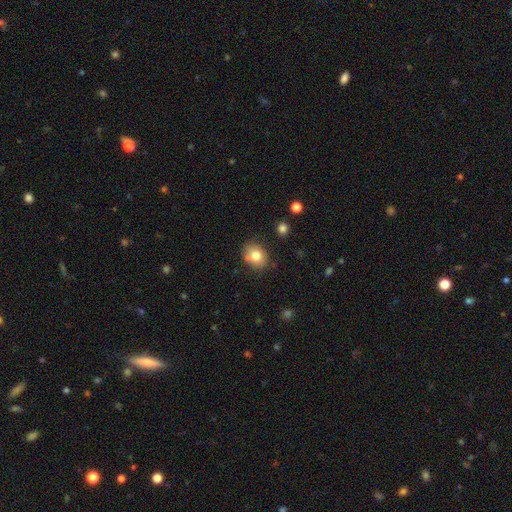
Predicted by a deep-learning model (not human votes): Smooth or featured? Predicted: smooth (p=0.78). How rounded? Predicted: round (p=0.50). Merging? Predicted: none (p=0.78).